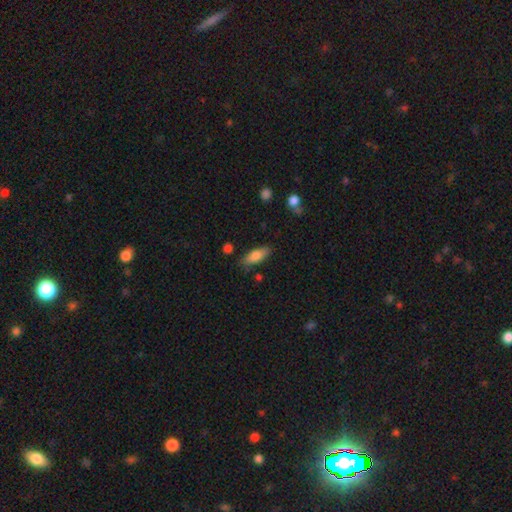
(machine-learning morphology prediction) Smooth or featured: smooth — 77% (featured or disk — 17%)
How rounded: in between — 66% (cigar-shaped — 31%)
Merging: none — 80% (minor disturbance — 14%)